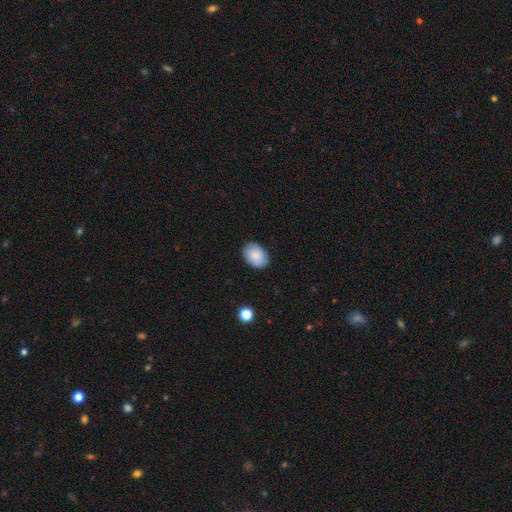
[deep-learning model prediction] Q: Smooth or featured?
A: smooth (79%); runner-up: featured or disk (14%)
Q: How rounded?
A: in between (75%); runner-up: round (24%)
Q: Merging?
A: none (83%); runner-up: minor disturbance (13%)